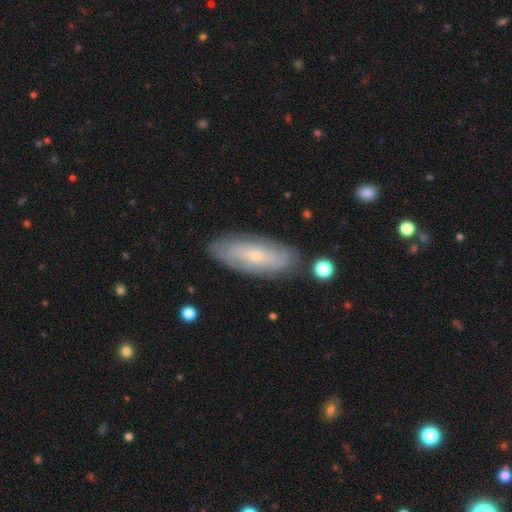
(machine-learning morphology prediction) type=featured or disk (61%); edge-on=no (85%); bar=no (71%); spiral arms=yes (75%); bulge=small (78%); merging=none (81%).